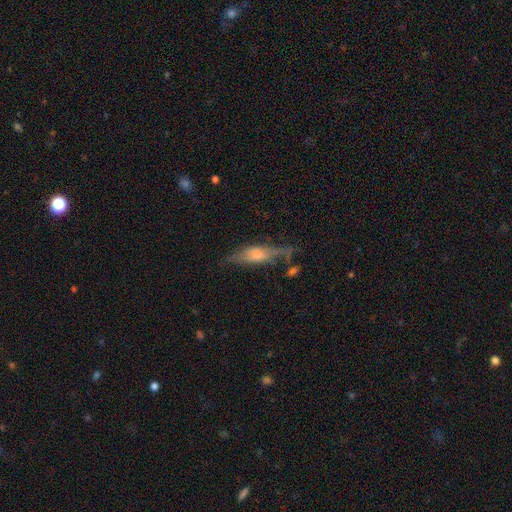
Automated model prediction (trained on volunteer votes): Smooth or featured: featured or disk — 56% (smooth — 35%)
Edge-on disk: yes — 80% (no — 20%)
Merging: none — 57% (minor disturbance — 24%)